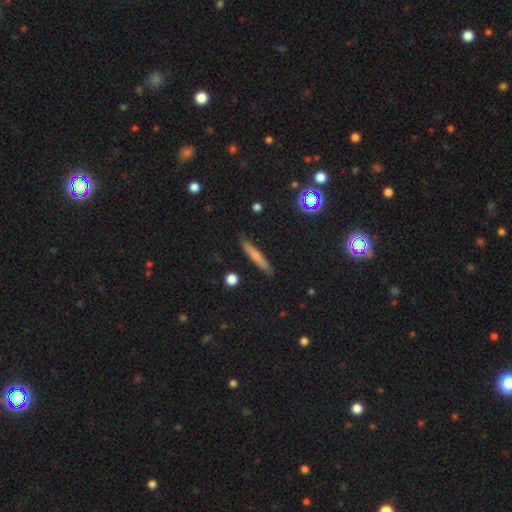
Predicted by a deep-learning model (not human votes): A smooth galaxy with no disk features (66%) that is cigar-shaped (93%). Merging: none (85%).